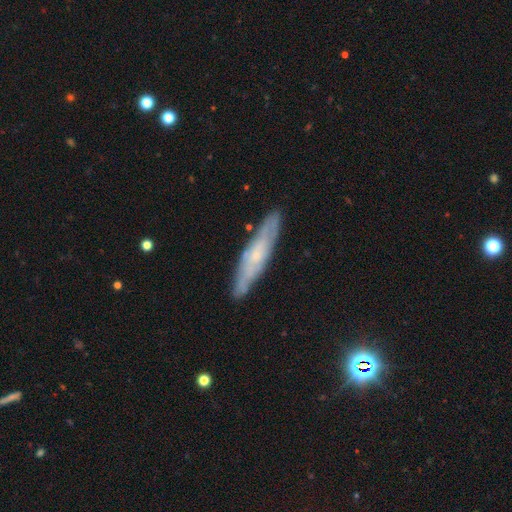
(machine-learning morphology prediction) Smooth or featured: featured or disk — 60% (smooth — 33%)
Edge-on disk: yes — 59% (no — 41%)
Merging: none — 85% (minor disturbance — 11%)